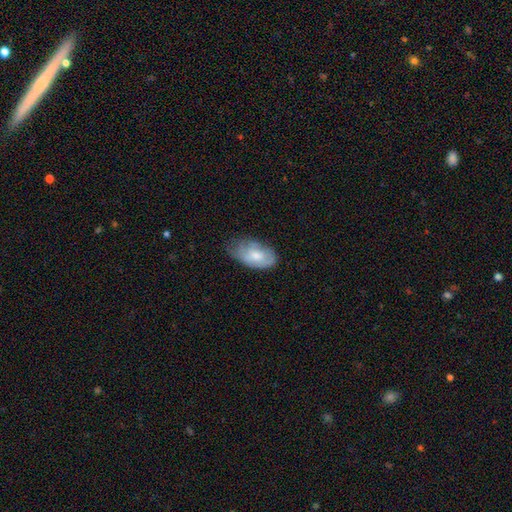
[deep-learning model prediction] Q: Smooth or featured?
A: smooth (66%); runner-up: featured or disk (28%)
Q: How rounded?
A: in between (93%); runner-up: round (5%)
Q: Merging?
A: none (43%); runner-up: minor disturbance (42%)